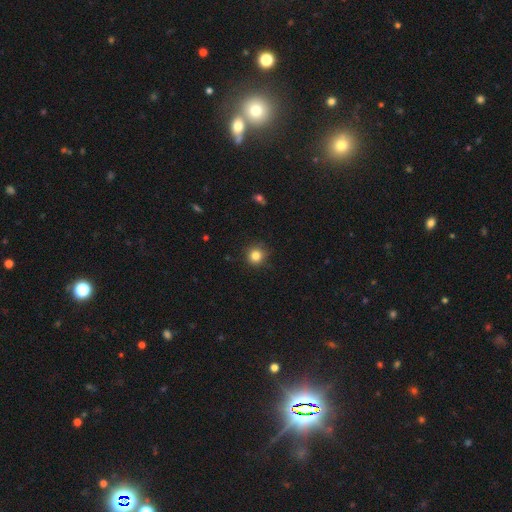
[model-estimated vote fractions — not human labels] smooth-or-featured: smooth: 83% | star or artifact: 12% | featured or disk: 5%
  how-rounded: round: 93% | in between: 6% | cigar-shaped: 1%
  merging: none: 87% | minor disturbance: 10% | major disturbance: 2% | merger: 1%